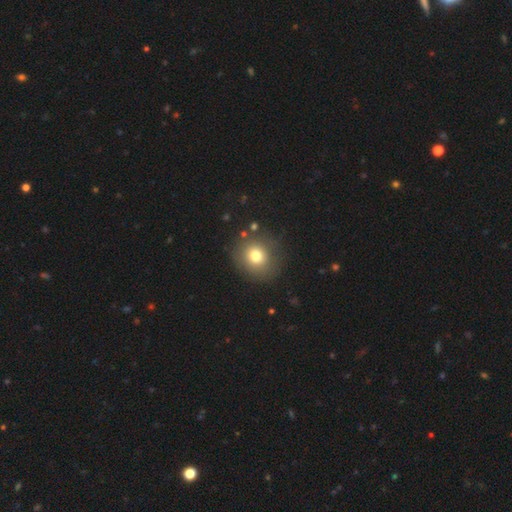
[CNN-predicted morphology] smooth-or-featured: smooth: 76% | star or artifact: 12% | featured or disk: 11%
  how-rounded: round: 83% | in between: 16% | cigar-shaped: 1%
  merging: none: 84% | minor disturbance: 10% | major disturbance: 4% | merger: 3%